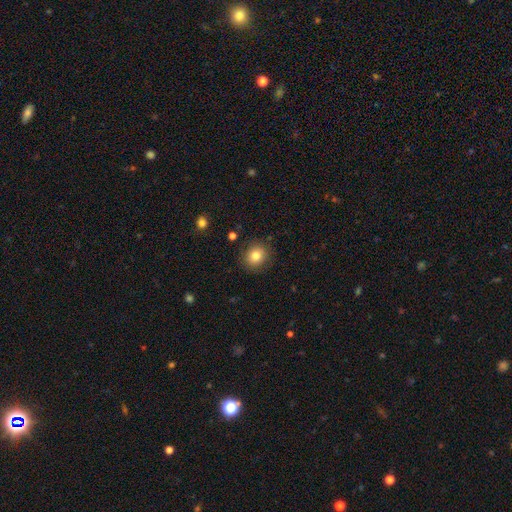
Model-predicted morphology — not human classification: This appears to be a smooth galaxy with no disk features (81%) that is round (80%). Merging: none (87%).